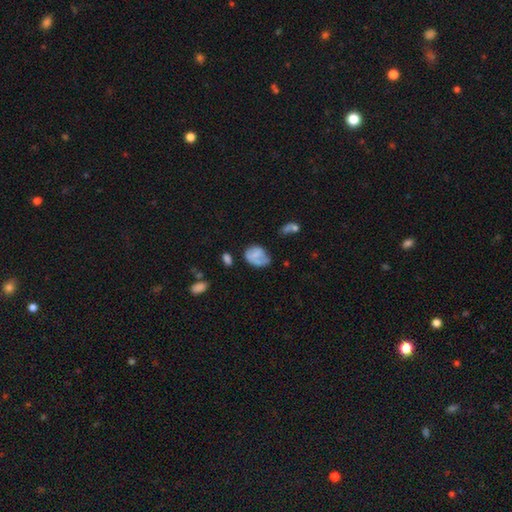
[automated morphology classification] A smooth galaxy with no disk features (60%) that is in between round and cigar-shaped (65%). Merging: none (37%).